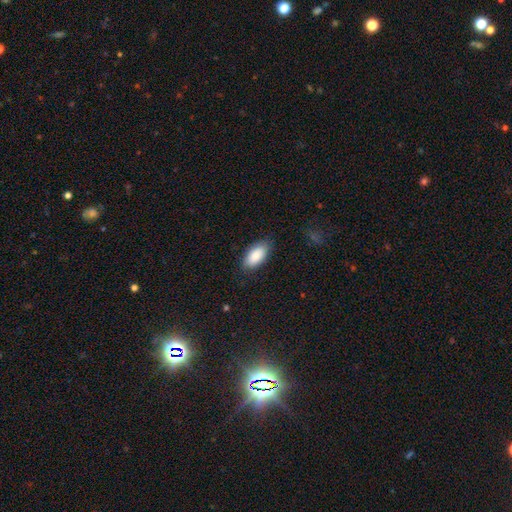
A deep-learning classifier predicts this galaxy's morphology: Smooth or featured? smooth (87%)
How rounded? in between (93%)
Merging? none (83%)